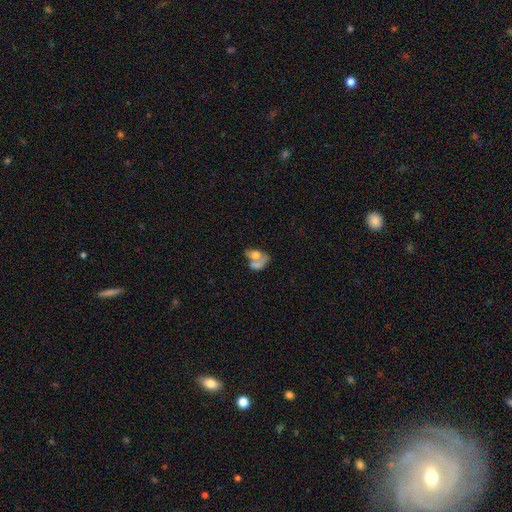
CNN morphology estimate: Smooth or featured: smooth — 56% (featured or disk — 34%)
How rounded: in between — 74% (round — 24%)
Merging: merger — 59% (none — 16%)